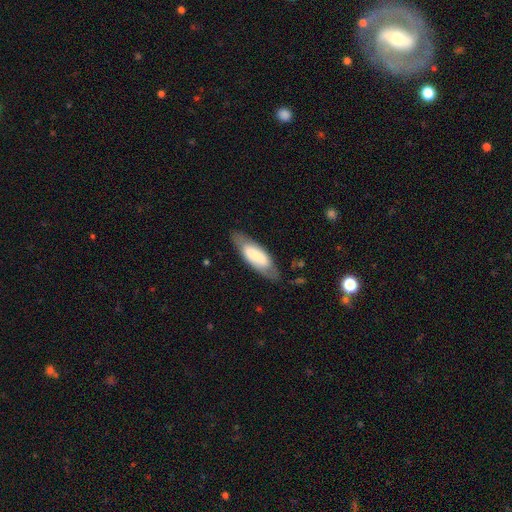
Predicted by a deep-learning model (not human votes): Smooth or featured? smooth (56%)
How rounded? in between (69%)
Merging? none (73%)